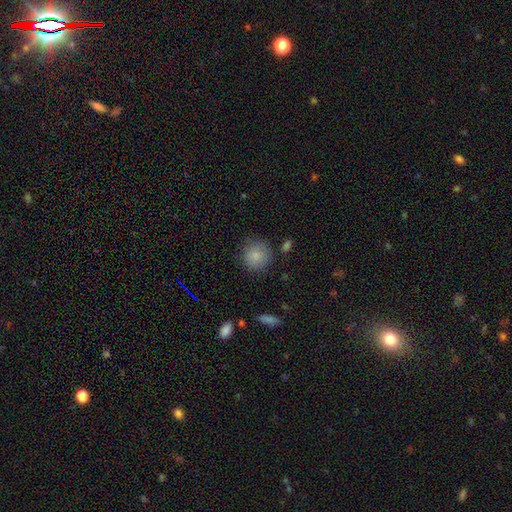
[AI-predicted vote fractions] Overall: smooth (86%). How rounded: round (91%). Merging: none (84%).